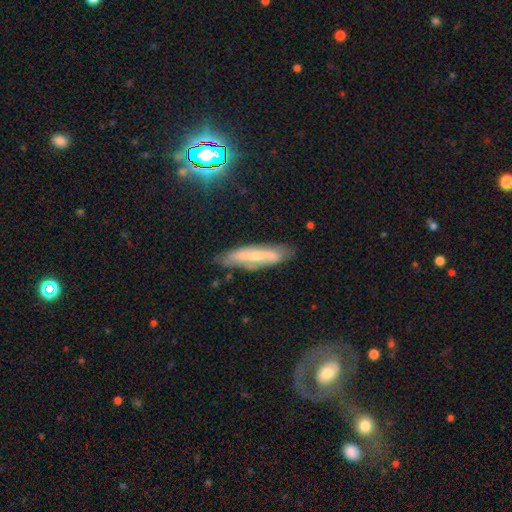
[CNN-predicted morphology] smooth_or_featured: featured or disk (p=0.65) [alt: smooth p=0.25]
disk_edge_on: no (p=0.63) [alt: yes p=0.37]
merging: none (p=0.76) [alt: minor disturbance p=0.17]